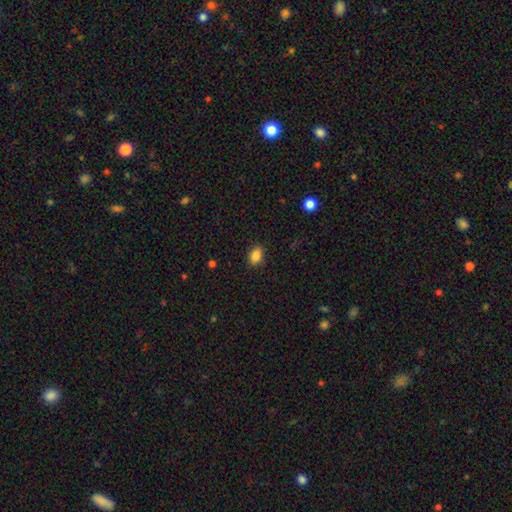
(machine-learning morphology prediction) smooth 86%, star or artifact 9%, featured or disk 5%. Down the decision tree: how rounded — in between (80%); merging — none (86%).